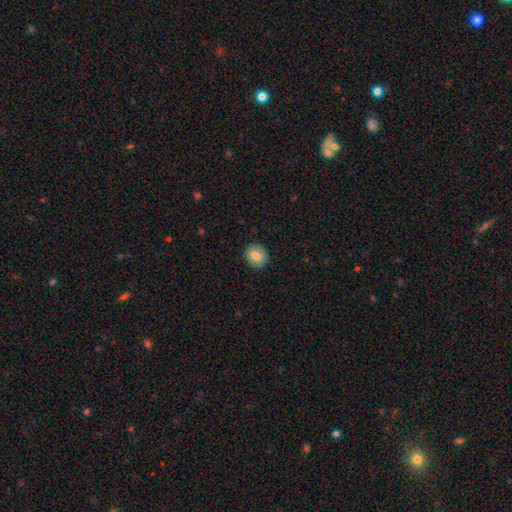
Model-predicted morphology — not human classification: This appears to be a smooth galaxy with no disk features (76%) that is round (58%). Merging: none (87%).